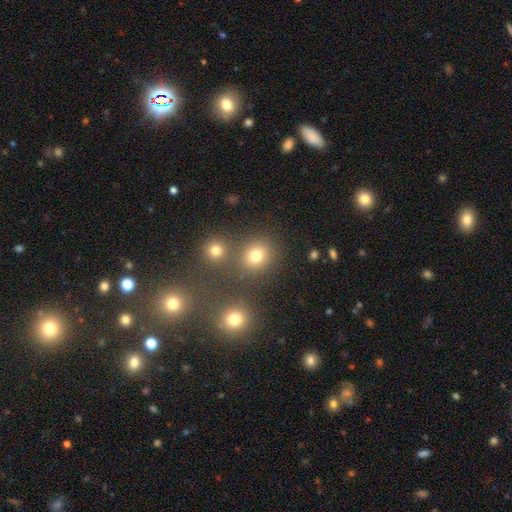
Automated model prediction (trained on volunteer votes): A smooth galaxy with no disk features (75%) that is round (80%). Merging: none (76%).